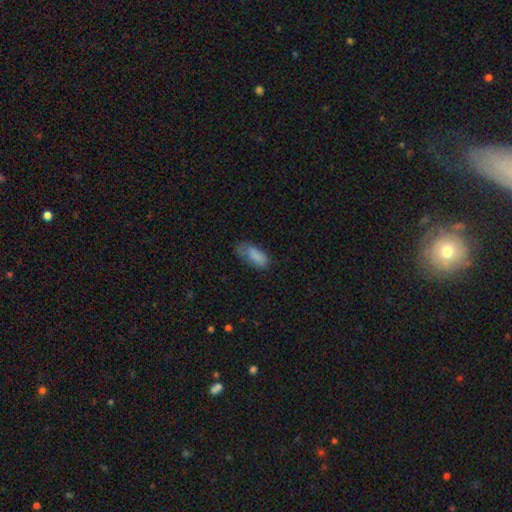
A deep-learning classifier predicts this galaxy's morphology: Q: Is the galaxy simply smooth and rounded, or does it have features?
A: smooth — 83%.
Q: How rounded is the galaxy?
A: in between — 86%.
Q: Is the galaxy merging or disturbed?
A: none — 49%.